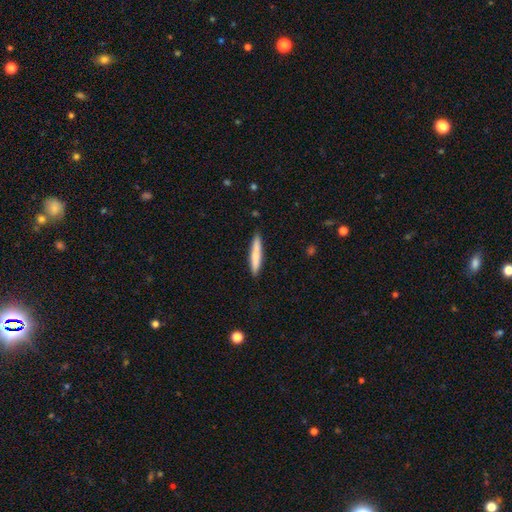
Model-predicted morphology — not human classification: This is likely a smooth galaxy (71%). How rounded: clearly cigar-shaped (93%). Merging: clearly none (89%).